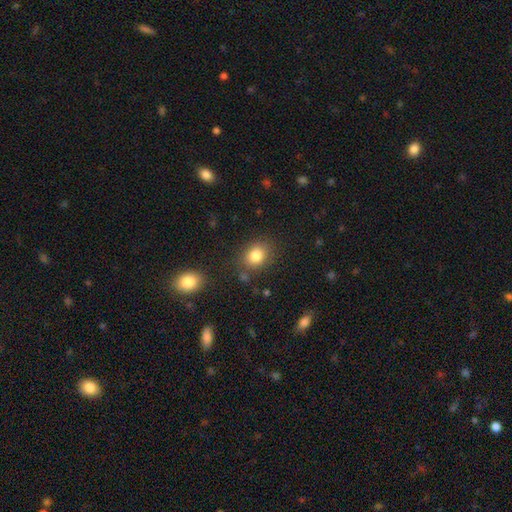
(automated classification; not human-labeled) This appears to be a smooth galaxy with no disk features (82%) that is round (58%). Merging: none (80%).